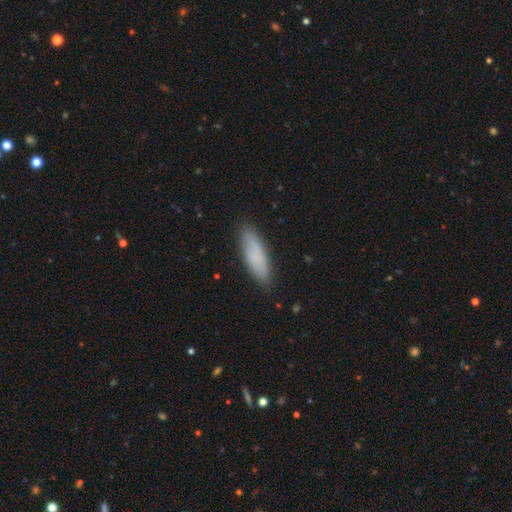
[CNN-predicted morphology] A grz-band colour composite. It shows a smooth galaxy with no disk features (81%) that is cigar-shaped (53%). Merging: none (85%).